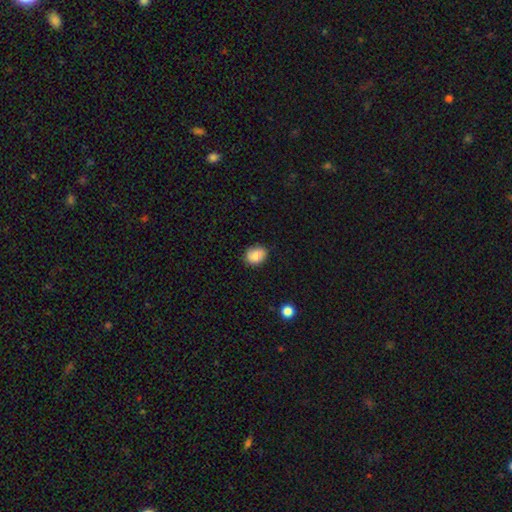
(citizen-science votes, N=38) Smooth or featured: smooth — 89% (star or artifact — 8%)
How rounded: in between — 53% (round — 47%)
Merging: none — 80% (minor disturbance — 14%)